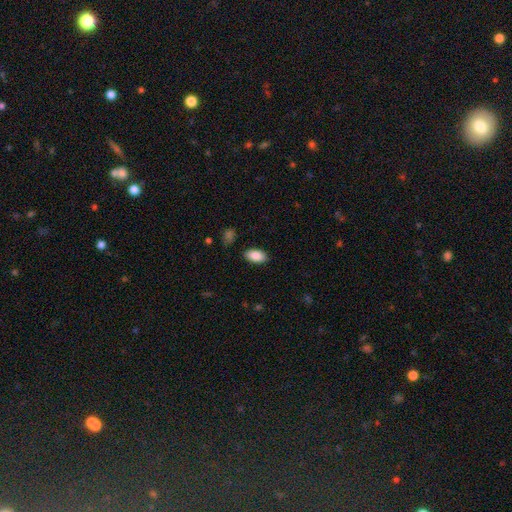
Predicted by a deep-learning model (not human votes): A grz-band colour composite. It shows a smooth galaxy with no disk features (88%) that is in between round and cigar-shaped (94%). Merging: none (87%).